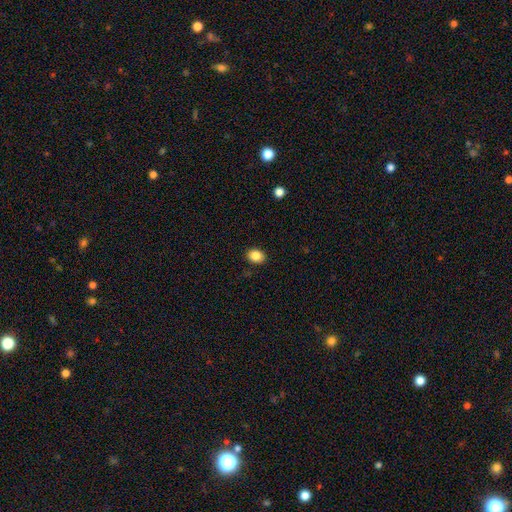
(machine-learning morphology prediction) Smooth or featured?
  - smooth: 86% *
  - star or artifact: 9%
  - featured or disk: 5%
How rounded?
  - in between: 54% *
  - round: 45%
  - cigar-shaped: 1%
Merging?
  - none: 89% *
  - minor disturbance: 8%
  - major disturbance: 2%
  - merger: 1%